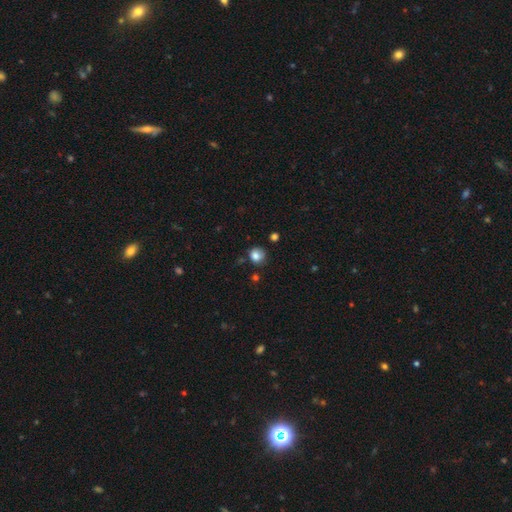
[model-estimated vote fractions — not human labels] smooth-or-featured: smooth: 82% | star or artifact: 11% | featured or disk: 7%
  how-rounded: round: 81% | in between: 18% | cigar-shaped: 1%
  merging: none: 71% | minor disturbance: 20% | major disturbance: 5% | merger: 4%